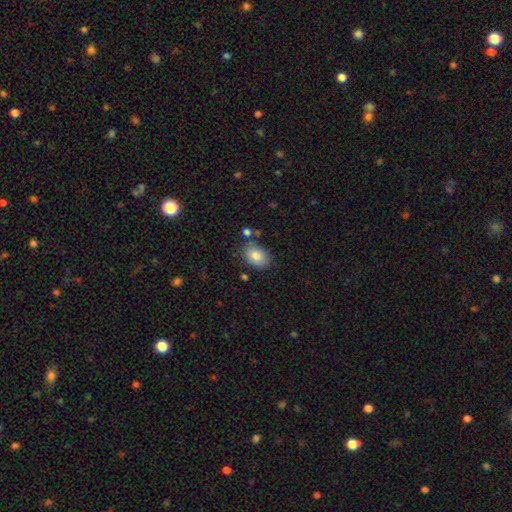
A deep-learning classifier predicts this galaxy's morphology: A smooth galaxy with no disk features (84%) that is in between round and cigar-shaped (83%).

Vote fractions:
- Smooth or featured? smooth: 84% / featured or disk: 9% / star or artifact: 8%
- How rounded? in between: 83% / round: 16% / cigar-shaped: 1%
- Merging? none: 75% / minor disturbance: 15% / merger: 6% / major disturbance: 4%